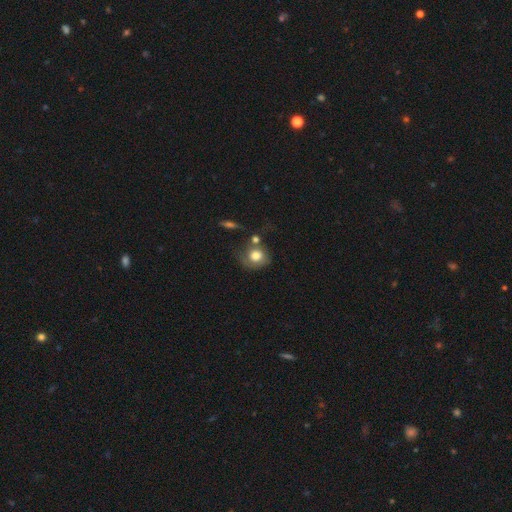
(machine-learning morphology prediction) This is likely a smooth galaxy (72%). How rounded: likely round (73%). Merging: marginally none (43%).